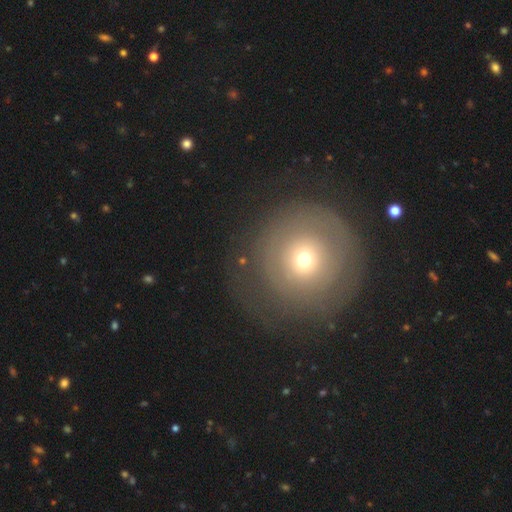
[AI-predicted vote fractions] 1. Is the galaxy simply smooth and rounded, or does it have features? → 47% smooth, 35% featured or disk, 18% star or artifact.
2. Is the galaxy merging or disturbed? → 83% none, 9% minor disturbance, 6% major disturbance, 1% merger.